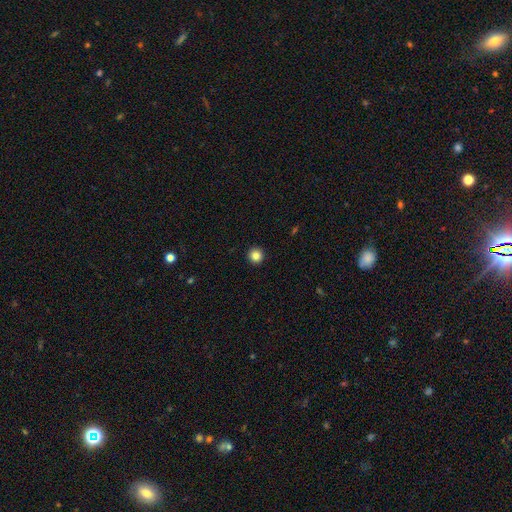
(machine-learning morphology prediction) Q: Smooth or featured?
A: smooth (85%); runner-up: star or artifact (10%)
Q: How rounded?
A: round (96%); runner-up: in between (3%)
Q: Merging?
A: none (94%); runner-up: minor disturbance (4%)